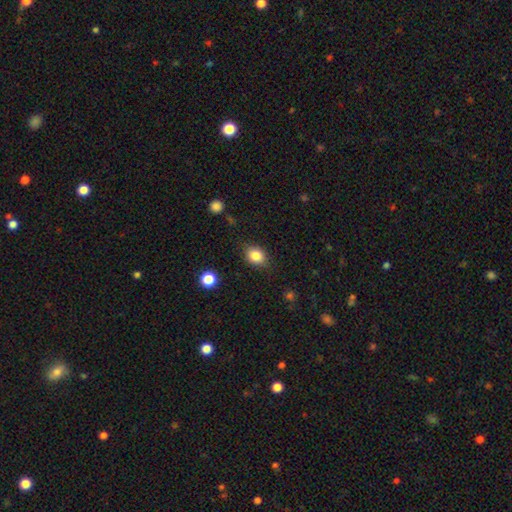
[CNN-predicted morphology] This is clearly a smooth galaxy (84%). How rounded: possibly in between (54%). Merging: clearly none (80%).